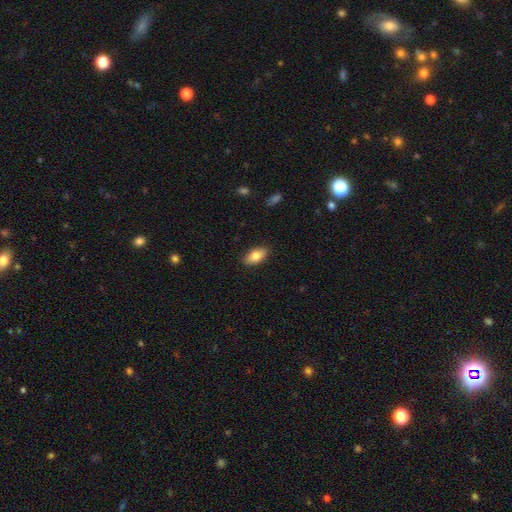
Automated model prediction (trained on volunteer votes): smooth-or-featured: smooth: 81% | featured or disk: 12% | star or artifact: 7%
  how-rounded: in between: 92% | cigar-shaped: 5% | round: 4%
  merging: none: 88% | minor disturbance: 9% | major disturbance: 2% | merger: 1%